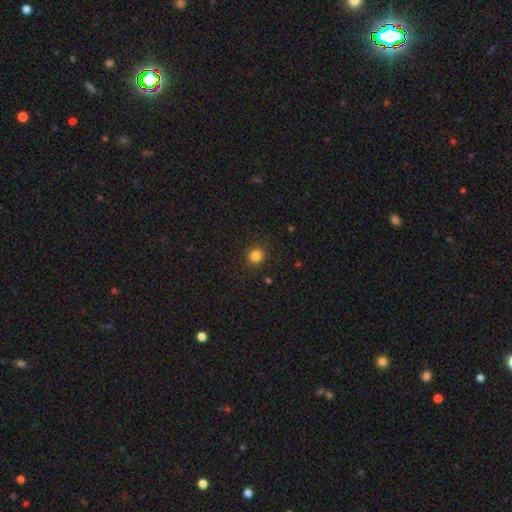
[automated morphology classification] smooth-or-featured: smooth: 83% | star or artifact: 12% | featured or disk: 4%
  how-rounded: round: 90% | in between: 9% | cigar-shaped: 1%
  merging: none: 90% | minor disturbance: 7% | major disturbance: 2% | merger: 1%